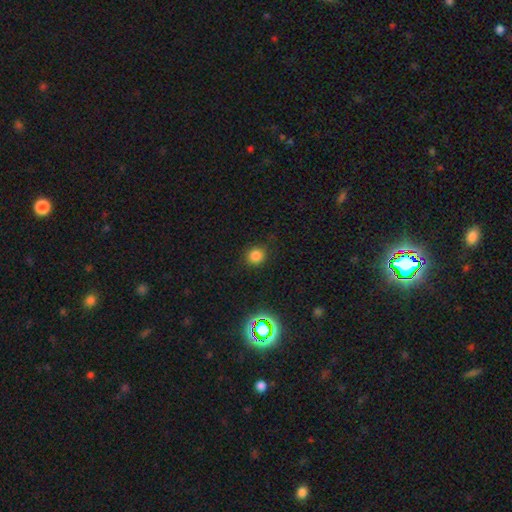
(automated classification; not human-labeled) This appears to be a smooth galaxy with no disk features (79%) that is round (87%). Merging: none (87%).